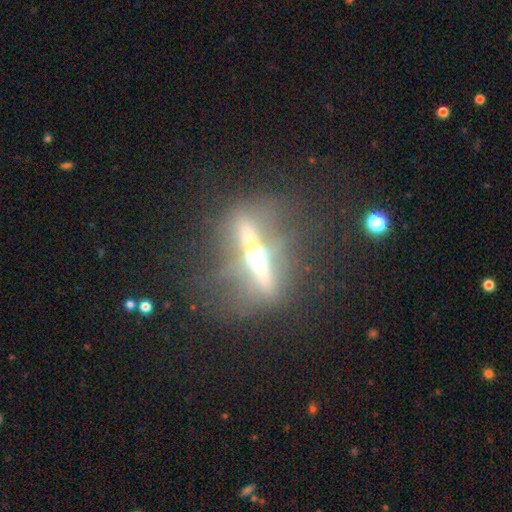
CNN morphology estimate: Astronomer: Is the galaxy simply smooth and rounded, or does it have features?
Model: featured or disk — 76%.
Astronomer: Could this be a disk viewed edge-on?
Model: yes — 88%.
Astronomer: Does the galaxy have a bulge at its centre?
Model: rounded — 94%.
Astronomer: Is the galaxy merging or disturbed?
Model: none — 69%.